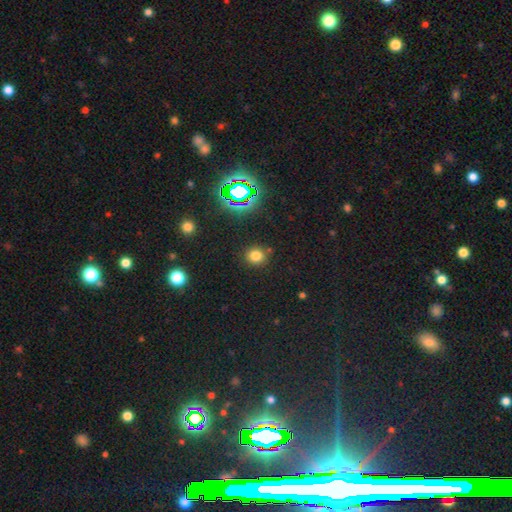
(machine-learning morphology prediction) Smooth or featured?
  - smooth: 73% *
  - star or artifact: 21%
  - featured or disk: 6%
How rounded?
  - round: 85% *
  - in between: 14%
  - cigar-shaped: 1%
Merging?
  - none: 85% *
  - minor disturbance: 9%
  - merger: 4%
  - major disturbance: 3%